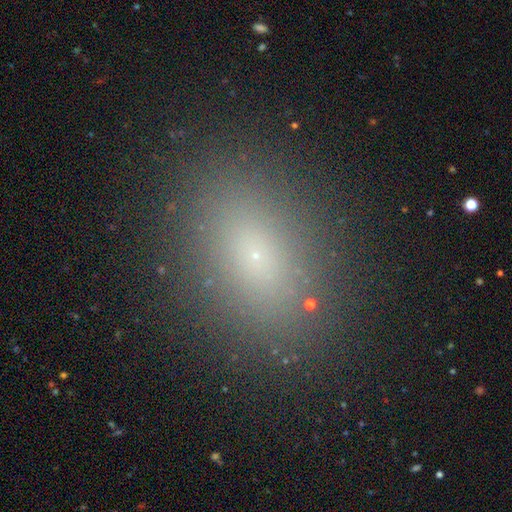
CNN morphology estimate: Smooth or featured? smooth (67%)
How rounded? in between (76%)
Merging? none (86%)